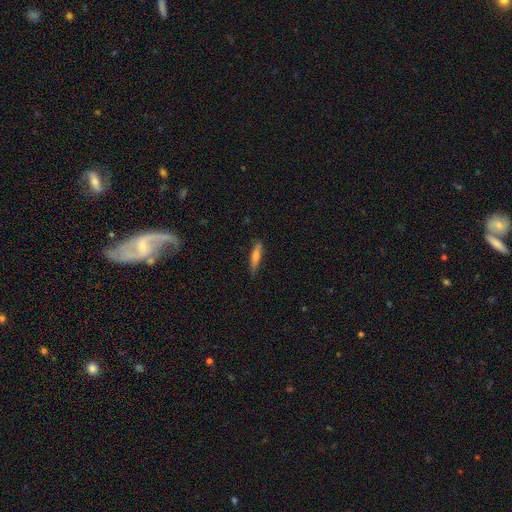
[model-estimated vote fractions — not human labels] A smooth galaxy with no disk features (65%) that is cigar-shaped (83%). Merging: none (78%).